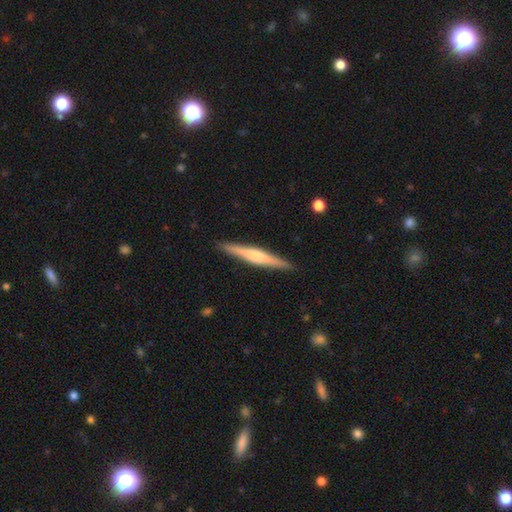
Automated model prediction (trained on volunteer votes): Smooth or featured: featured or disk — 60% (smooth — 35%)
Edge-on disk: yes — 98% (no — 2%)
Edge-on bulge: rounded — 64% (none — 18%)
Merging: none — 91% (minor disturbance — 6%)